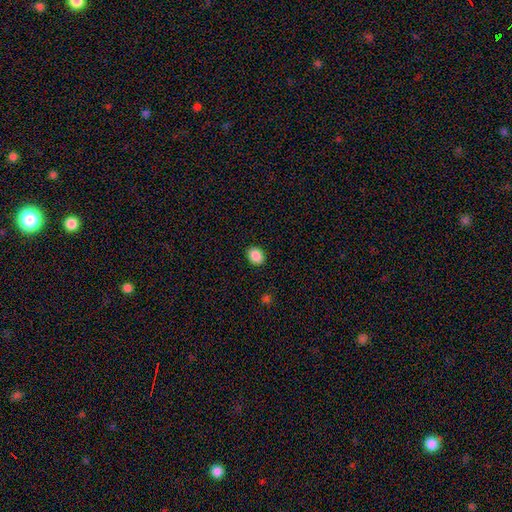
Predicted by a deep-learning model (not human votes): A smooth galaxy with no disk features (88%) that is round (51%).

Vote fractions:
- Smooth or featured? smooth: 88% / star or artifact: 9% / featured or disk: 3%
- How rounded? round: 51% / in between: 48% / cigar-shaped: 1%
- Merging? none: 91% / minor disturbance: 6% / major disturbance: 2% / merger: 1%